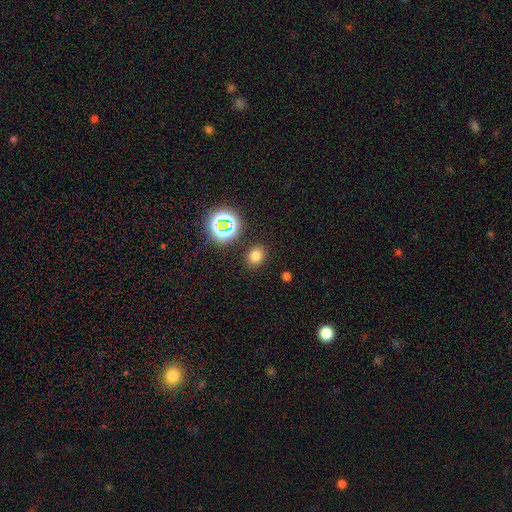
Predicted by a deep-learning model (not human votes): smooth 73%, star or artifact 20%, featured or disk 7%. Down the decision tree: how rounded — round (53%); merging — none (86%).